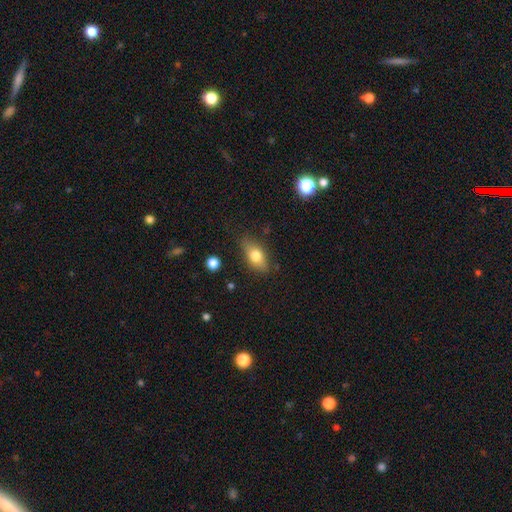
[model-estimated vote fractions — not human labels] A smooth galaxy with no disk features (74%) that is in between round and cigar-shaped (81%). Merging: none (76%).